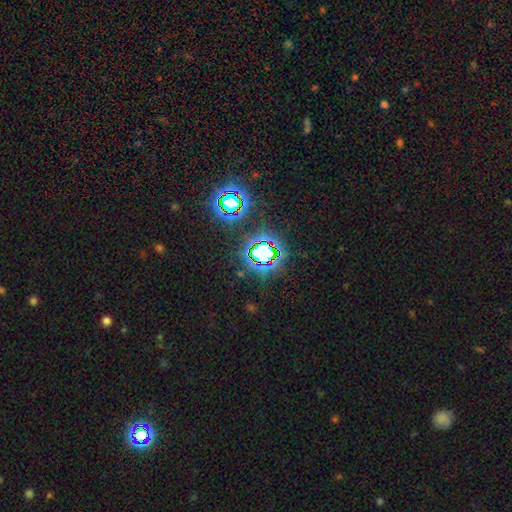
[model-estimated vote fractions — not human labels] Smooth or featured? star or artifact (80%)